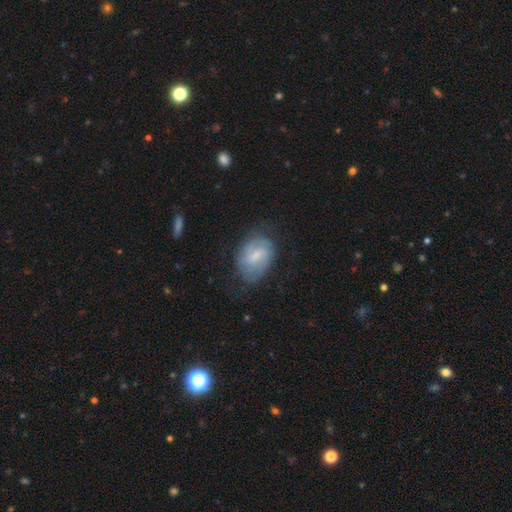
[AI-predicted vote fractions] smooth_or_featured: featured or disk (p=0.61) [alt: smooth p=0.32]
disk_edge_on: no (p=0.97) [alt: yes p=0.03]
bar: weak (p=0.61) [alt: no p=0.25]
has_spiral_arms: yes (p=0.85) [alt: no p=0.15]
spiral_winding: medium (p=0.41) [alt: tight p=0.40]
spiral_arm_count: 2 (p=0.54) [alt: can't tell p=0.30]
bulge_size: small (p=0.54) [alt: moderate p=0.30]
merging: none (p=0.63) [alt: minor disturbance p=0.25]